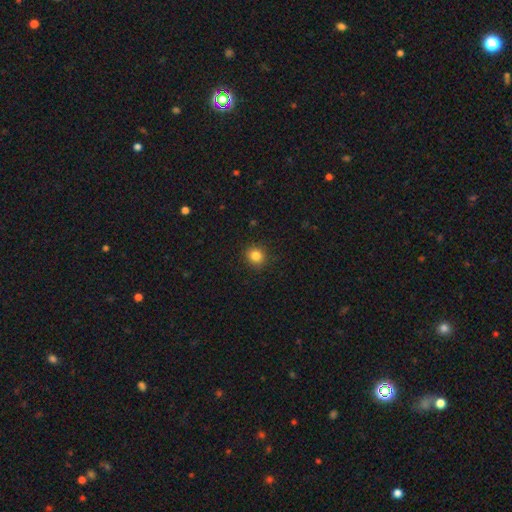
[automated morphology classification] smooth 84%, star or artifact 12%, featured or disk 5%. Down the decision tree: how rounded — round (87%); merging — none (90%).